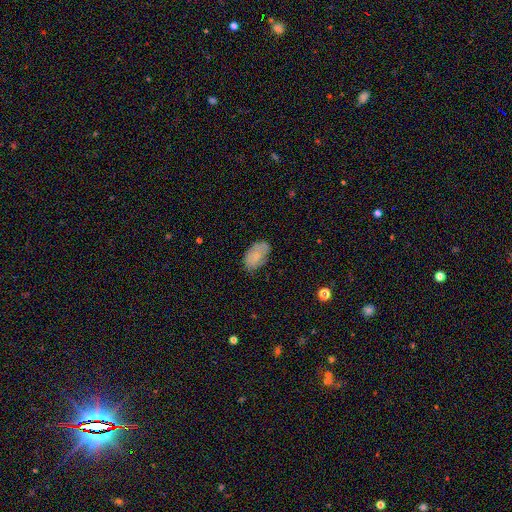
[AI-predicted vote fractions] Overall: smooth (65%; featured or disk 26%). How rounded: in between (91%). Merging: none (64%; minor disturbance 27%).